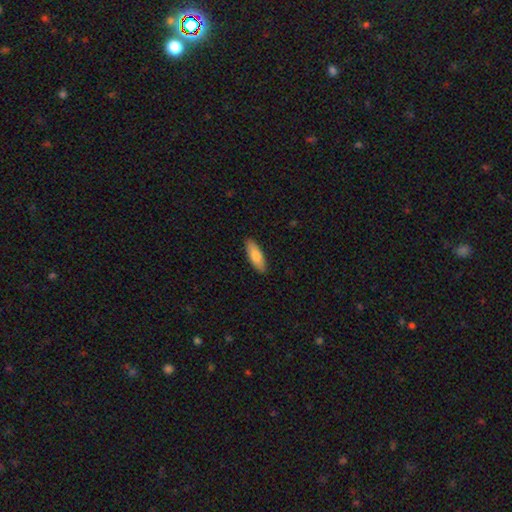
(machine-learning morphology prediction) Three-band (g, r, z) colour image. It shows a smooth galaxy with no disk features (80%) that is in between round and cigar-shaped (63%). Merging: none (89%).